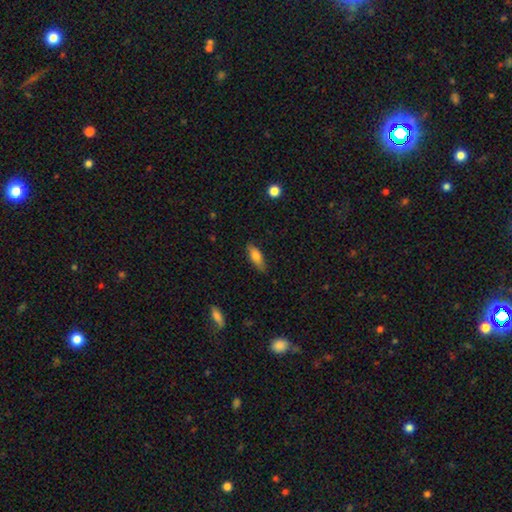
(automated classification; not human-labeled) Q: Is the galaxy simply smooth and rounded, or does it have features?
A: smooth — 75%.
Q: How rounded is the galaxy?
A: in between — 66%.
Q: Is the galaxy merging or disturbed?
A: none — 82%.